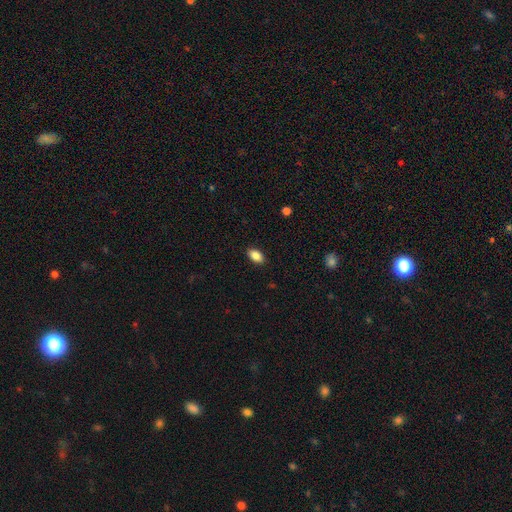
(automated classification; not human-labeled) The model was most divided on "smooth or featured": smooth: 88%, star or artifact: 8%, featured or disk: 4%. More confident: how rounded — in between (92%); merging — none (89%).